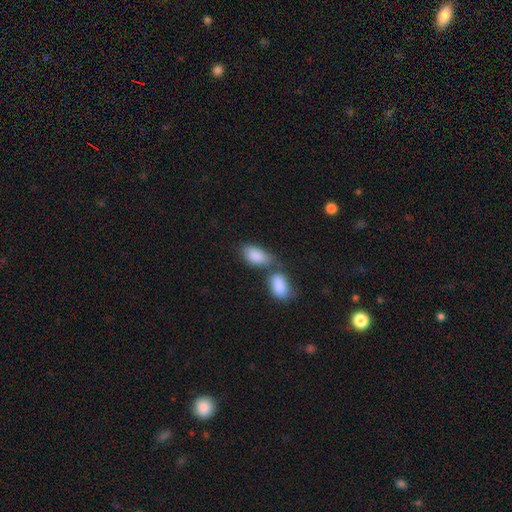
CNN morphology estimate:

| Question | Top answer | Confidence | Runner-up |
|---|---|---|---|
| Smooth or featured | smooth | 87% | featured or disk (7%) |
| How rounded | in between | 93% | round (4%) |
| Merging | merger | 48% | none (32%) |